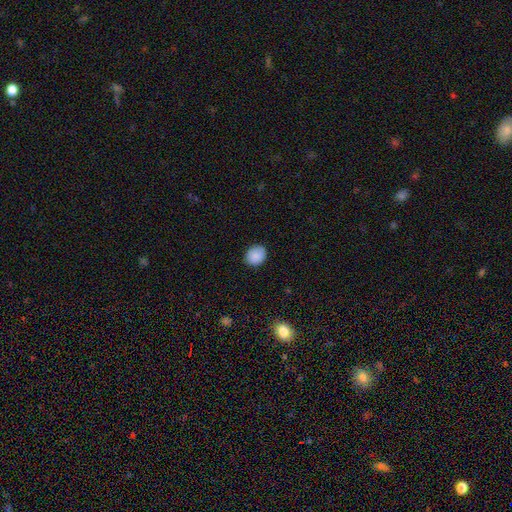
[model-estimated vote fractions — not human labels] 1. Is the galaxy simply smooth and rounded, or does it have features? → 88% smooth, 8% star or artifact, 4% featured or disk.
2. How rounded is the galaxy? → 60% round, 39% in between, 1% cigar-shaped.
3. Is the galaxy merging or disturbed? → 85% none, 12% minor disturbance, 2% major disturbance, 1% merger.